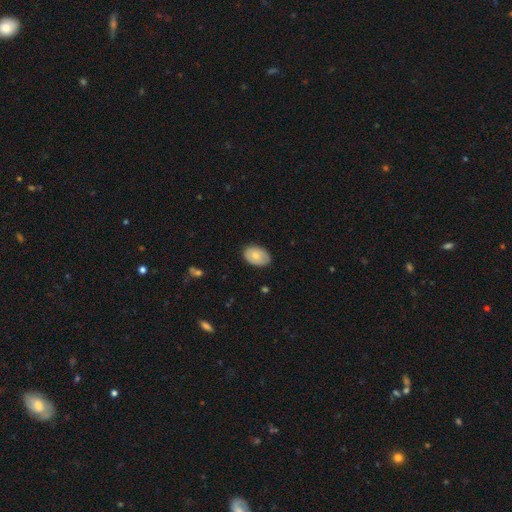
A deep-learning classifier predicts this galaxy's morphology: Smooth or featured? smooth (73%)
How rounded? in between (87%)
Merging? none (83%)